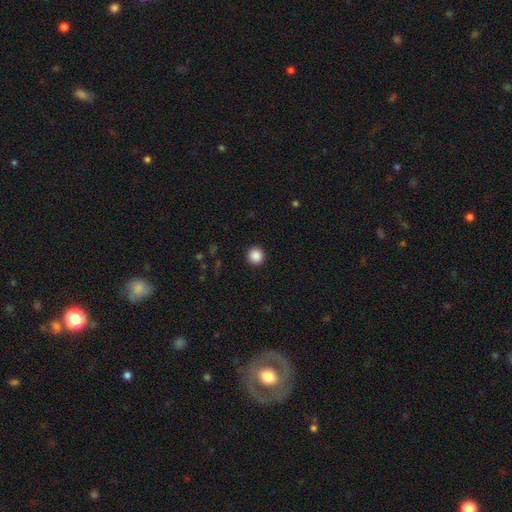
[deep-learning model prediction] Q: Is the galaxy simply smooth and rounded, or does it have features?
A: smooth — 88%.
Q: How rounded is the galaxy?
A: round — 95%.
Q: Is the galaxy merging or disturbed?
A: none — 93%.